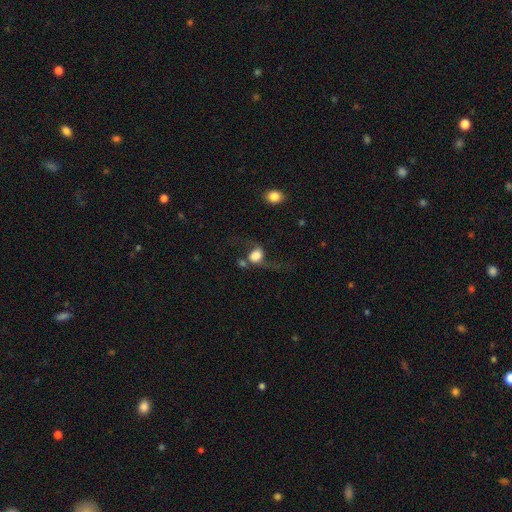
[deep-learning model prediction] smooth-or-featured: smooth: 51% | featured or disk: 37% | star or artifact: 11%
  how-rounded: round: 56% | in between: 42% | cigar-shaped: 2%
  merging: none: 36% | major disturbance: 33% | minor disturbance: 18% | merger: 14%